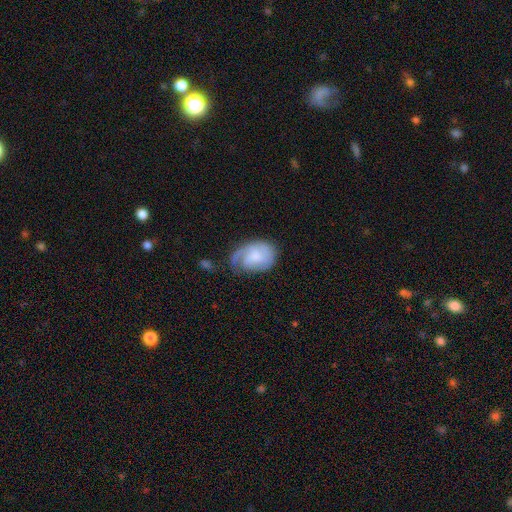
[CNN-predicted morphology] type=featured or disk (69%); edge-on=no (97%); bar=no (57%); spiral arms=yes (93%); winding=tight (44%); arm count=2 (34%); bulge=small (38%); merging=none (56%).